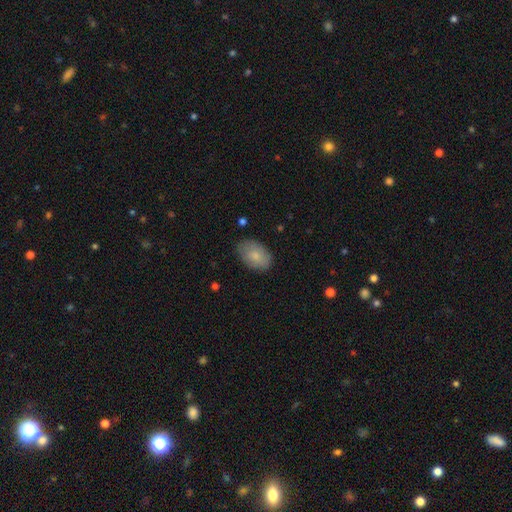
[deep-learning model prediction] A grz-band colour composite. It shows a smooth galaxy with no disk features (79%) that is in between round and cigar-shaped (88%). Merging: none (82%).